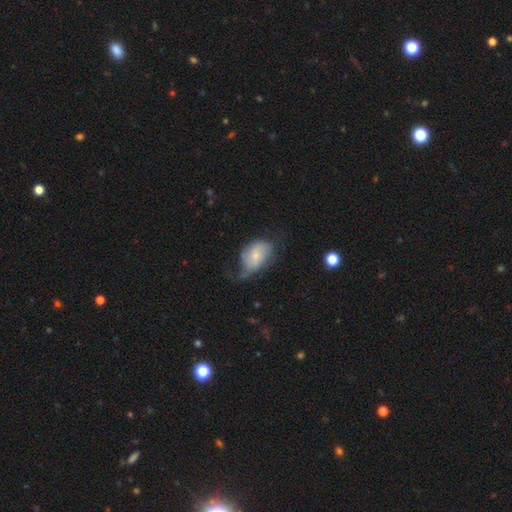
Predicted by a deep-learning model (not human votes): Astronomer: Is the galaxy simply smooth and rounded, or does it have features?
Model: smooth — 50% (runner-up: featured or disk, 42%).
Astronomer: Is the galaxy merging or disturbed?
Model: minor disturbance — 36% (runner-up: major disturbance, 31%).